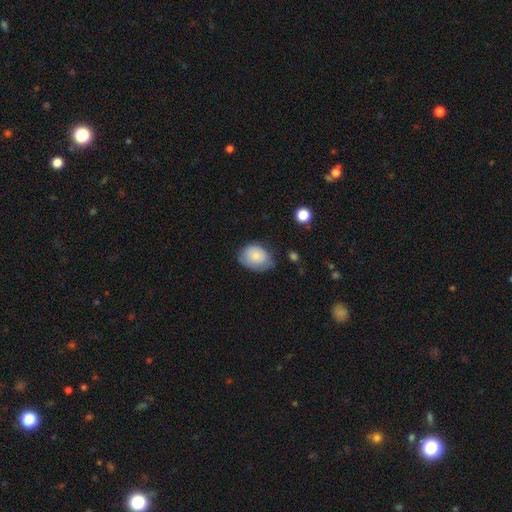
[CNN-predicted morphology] This is likely a smooth galaxy (77%). How rounded: likely in between (68%). Merging: possibly none (56%).